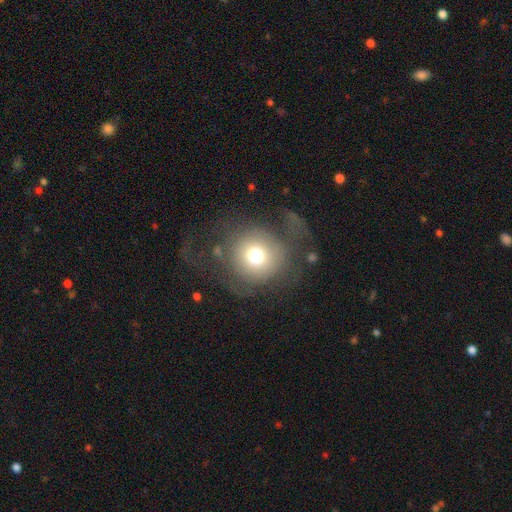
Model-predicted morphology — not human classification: Smooth or featured?
  - smooth: 67% *
  - featured or disk: 20%
  - star or artifact: 13%
How rounded?
  - round: 94% *
  - in between: 5%
  - cigar-shaped: 1%
Merging?
  - none: 54% *
  - major disturbance: 28%
  - minor disturbance: 16%
  - merger: 3%